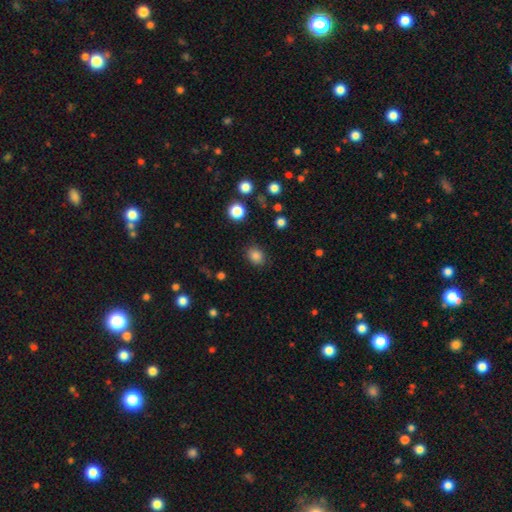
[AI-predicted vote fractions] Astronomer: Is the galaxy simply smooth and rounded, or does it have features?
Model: smooth — 84%.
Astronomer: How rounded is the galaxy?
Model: round — 51% (runner-up: in between, 48%).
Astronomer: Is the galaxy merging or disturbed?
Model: none — 86%.